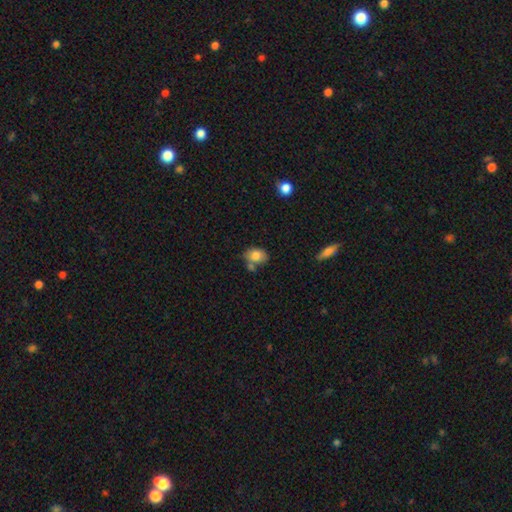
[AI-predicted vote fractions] This appears to be a smooth galaxy with no disk features (81%) that is in between round and cigar-shaped (71%). Merging: none (52%).